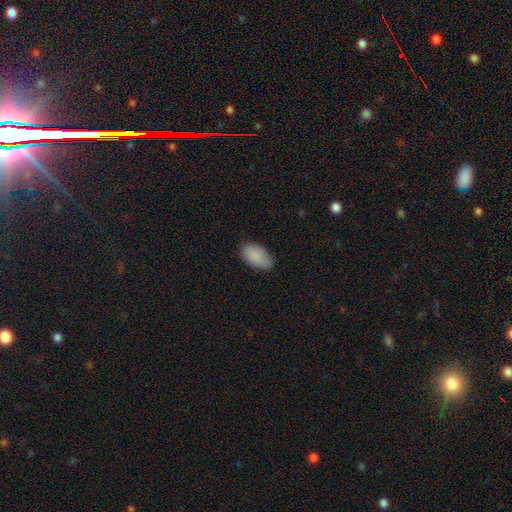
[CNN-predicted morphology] A smooth galaxy with no disk features (88%) that is in between round and cigar-shaped (94%).

Vote fractions:
- Smooth or featured? smooth: 88% / star or artifact: 7% / featured or disk: 5%
- How rounded? in between: 94% / round: 3% / cigar-shaped: 2%
- Merging? none: 78% / minor disturbance: 18% / major disturbance: 3% / merger: 1%